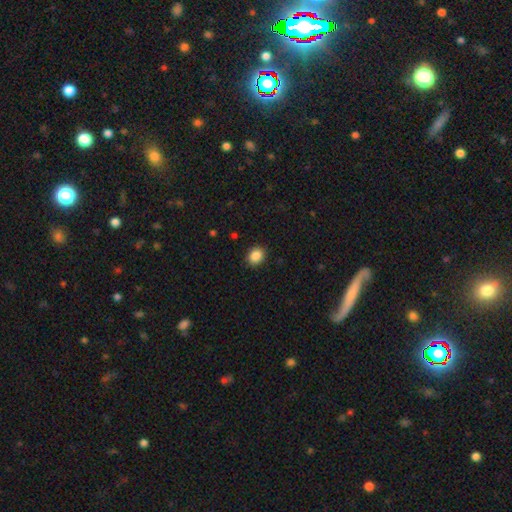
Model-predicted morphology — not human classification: type=smooth (88%); roundness=round (57%); merging=none (88%).